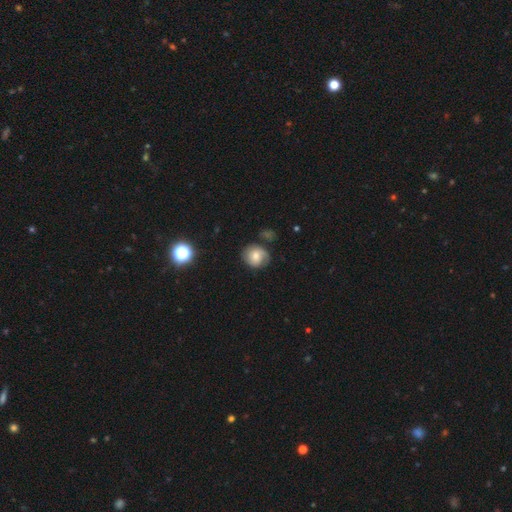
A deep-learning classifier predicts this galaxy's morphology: A smooth galaxy with no disk features (52%) that is round (78%).

Vote fractions:
- Smooth or featured? smooth: 52% / featured or disk: 38% / star or artifact: 10%
- How rounded? round: 78% / in between: 21% / cigar-shaped: 1%
- Merging? none: 65% / minor disturbance: 23% / major disturbance: 8% / merger: 4%